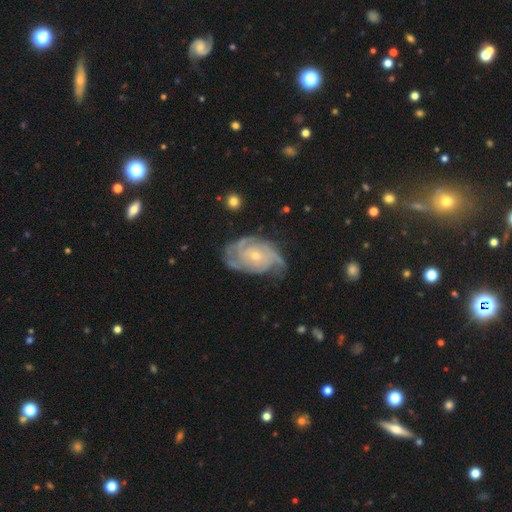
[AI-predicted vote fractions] featured or disk 87%, smooth 8%, star or artifact 5%. Down the decision tree: edge-on disk — no (97%); bar — no (74%); spiral arms — yes (96%); spiral arm count — 3 (30%); spiral winding — tight (60%); bulge size — small (69%); merging — none (65%).